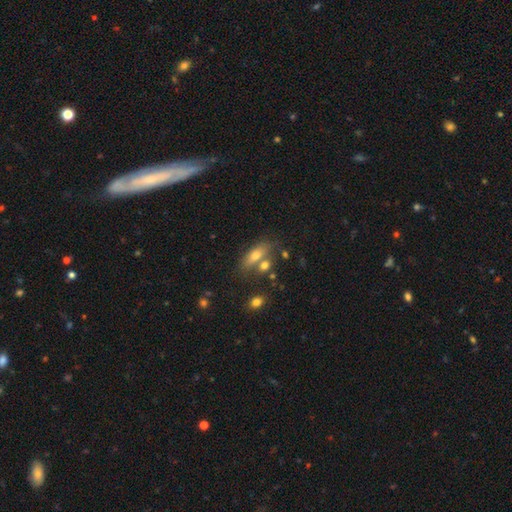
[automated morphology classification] Overall: smooth (65%). How rounded: in between (67%; cigar-shaped 27%). Merging: none (60%; merger 21%).